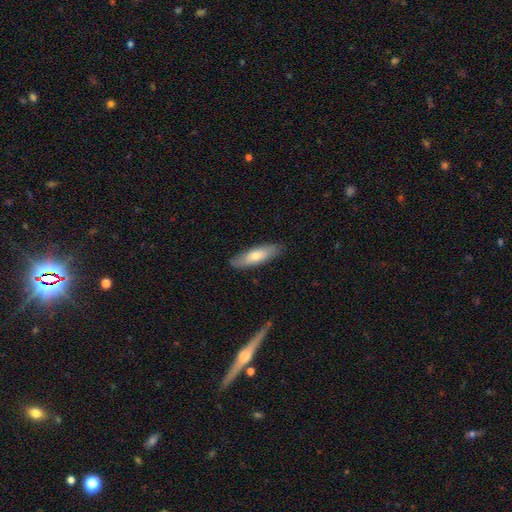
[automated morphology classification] Smooth or featured? smooth (67%)
How rounded? cigar-shaped (62%)
Merging? none (86%)